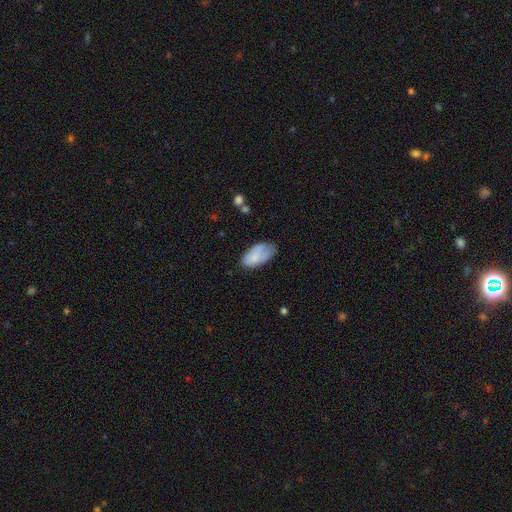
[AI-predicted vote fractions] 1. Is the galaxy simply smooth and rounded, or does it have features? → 76% smooth, 17% featured or disk, 7% star or artifact.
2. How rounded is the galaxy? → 94% in between, 3% cigar-shaped, 3% round.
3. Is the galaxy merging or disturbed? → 53% none, 33% minor disturbance, 11% major disturbance, 4% merger.